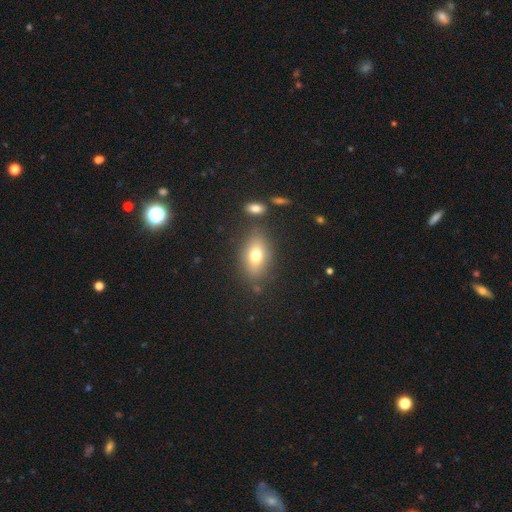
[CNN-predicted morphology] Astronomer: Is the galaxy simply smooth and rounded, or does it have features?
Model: smooth — 72%.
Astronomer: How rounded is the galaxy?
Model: in between — 81%.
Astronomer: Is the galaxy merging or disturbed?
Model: none — 78%.